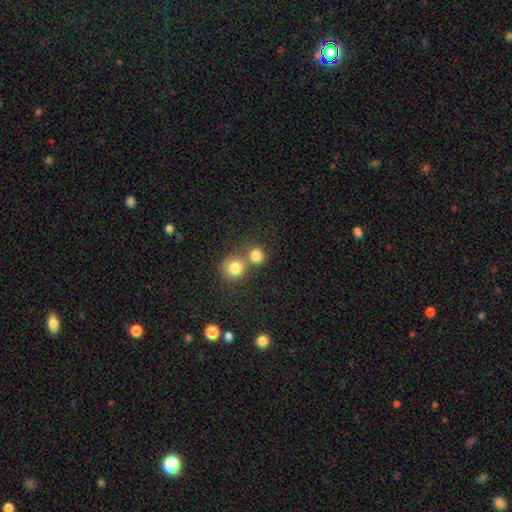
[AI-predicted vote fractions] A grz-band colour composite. It shows a smooth galaxy with no disk features (81%) that is round (86%). Merging: none (48%).